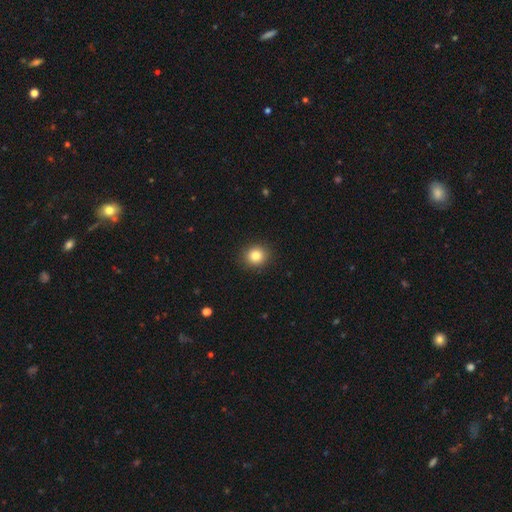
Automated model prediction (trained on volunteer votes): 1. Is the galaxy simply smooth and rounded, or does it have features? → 82% smooth, 11% star or artifact, 7% featured or disk.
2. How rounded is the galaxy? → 88% round, 11% in between, 1% cigar-shaped.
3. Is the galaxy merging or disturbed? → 92% none, 6% minor disturbance, 2% major disturbance, 1% merger.